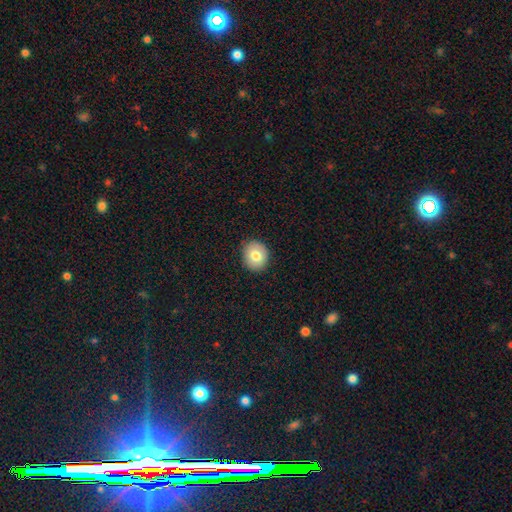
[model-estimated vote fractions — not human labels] A smooth galaxy with no disk features (77%) that is round (72%). Merging: none (89%).